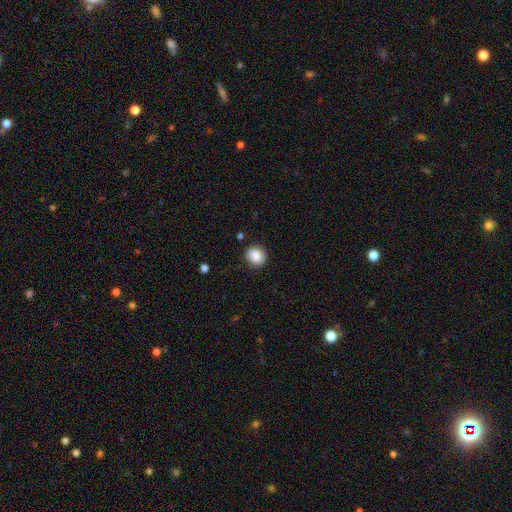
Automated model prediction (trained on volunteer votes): Morphology: type=smooth (87%); roundness=round (80%); merging=none (87%).